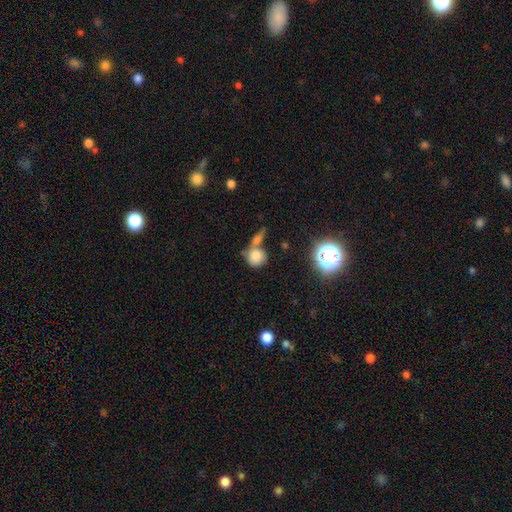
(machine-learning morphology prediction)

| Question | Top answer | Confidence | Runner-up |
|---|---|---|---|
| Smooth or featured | smooth | 77% | star or artifact (12%) |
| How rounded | round | 83% | in between (15%) |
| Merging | none | 42% | merger (40%) |